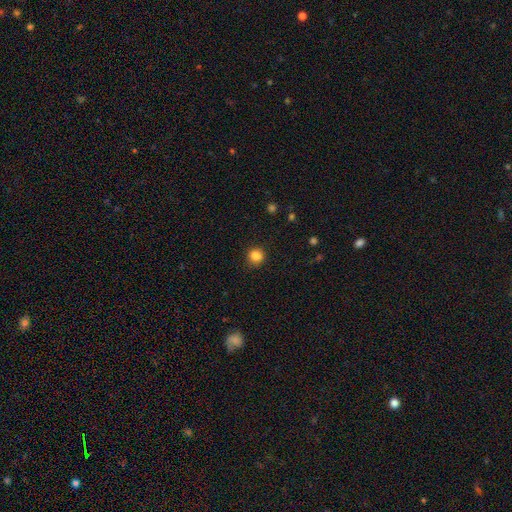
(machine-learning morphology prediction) Overall: smooth (84%). How rounded: round (90%). Merging: none (88%).